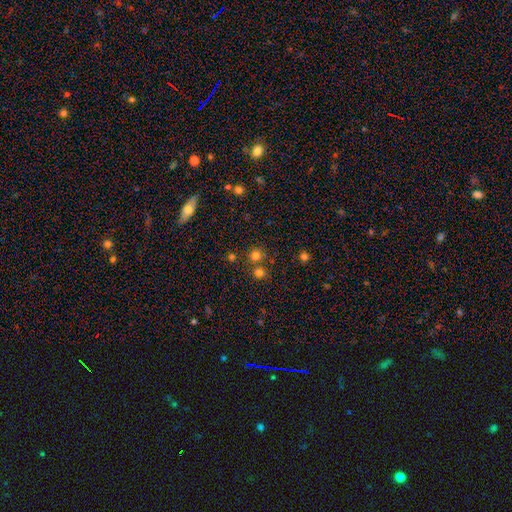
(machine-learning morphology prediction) Smooth or featured? smooth (73%)
How rounded? round (90%)
Merging? none (70%)